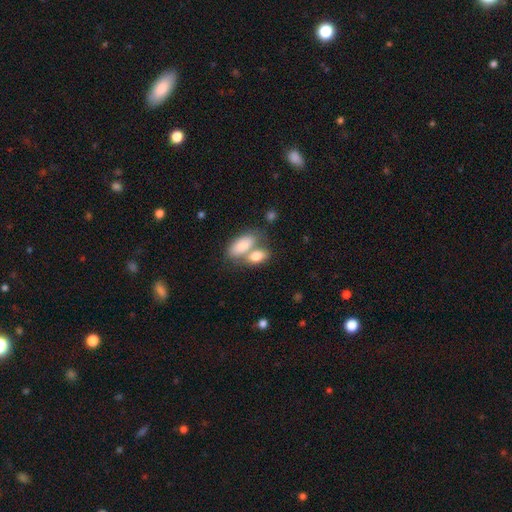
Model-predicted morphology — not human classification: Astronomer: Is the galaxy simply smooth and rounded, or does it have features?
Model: smooth — 81%.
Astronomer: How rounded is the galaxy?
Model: in between — 88%.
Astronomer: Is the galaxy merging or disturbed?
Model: merger — 57%.